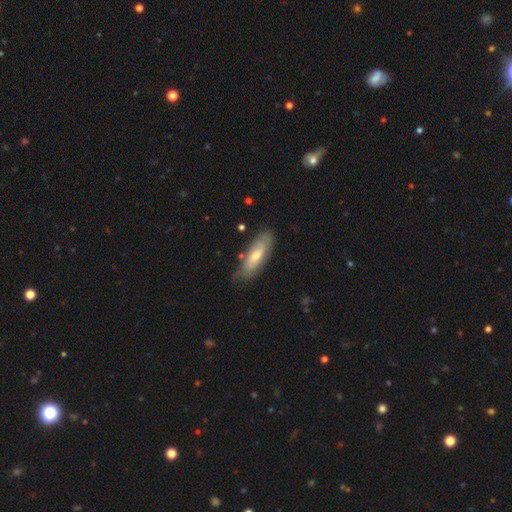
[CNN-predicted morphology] Smooth or featured?
  - smooth: 53% *
  - featured or disk: 41%
  - star or artifact: 6%
How rounded?
  - in between: 62% *
  - cigar-shaped: 36%
  - round: 2%
Merging?
  - none: 72% *
  - minor disturbance: 21%
  - major disturbance: 4%
  - merger: 3%